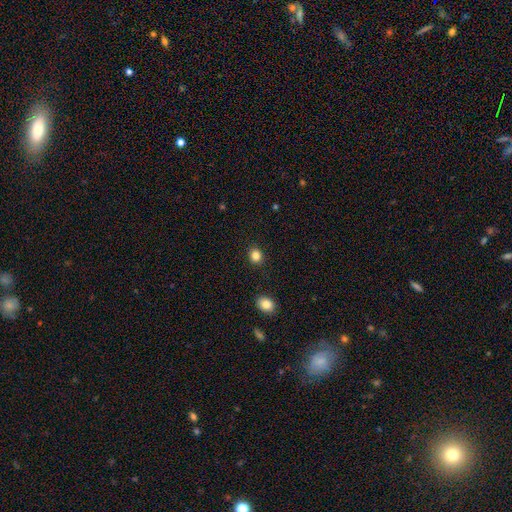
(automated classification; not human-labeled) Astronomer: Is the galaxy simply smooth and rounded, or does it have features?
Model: smooth — 84%.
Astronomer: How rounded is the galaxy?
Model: round — 75%.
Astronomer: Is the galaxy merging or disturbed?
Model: none — 90%.